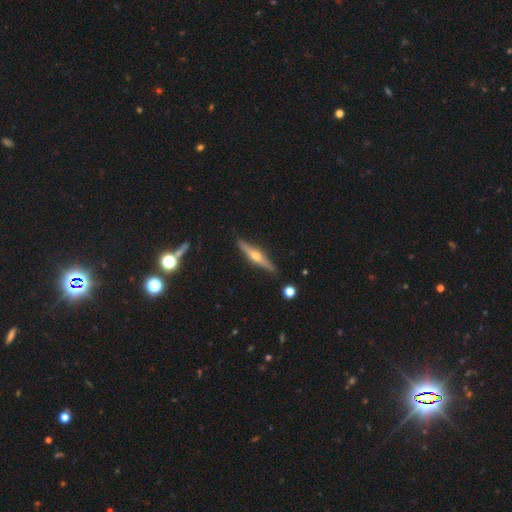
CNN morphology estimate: This is likely a featured or disk galaxy (77%). It is clearly viewed edge-on (97%). Edge-on bulge: clearly rounded (93%). Merging: clearly none (89%).